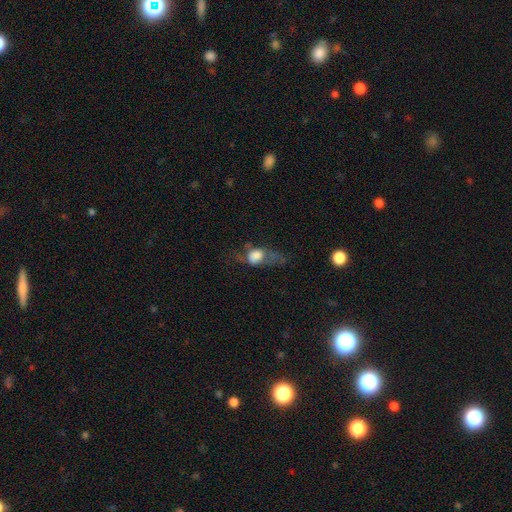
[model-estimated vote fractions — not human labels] Q: Smooth or featured?
A: smooth (63%); runner-up: featured or disk (28%)
Q: How rounded?
A: in between (59%); runner-up: round (36%)
Q: Merging?
A: major disturbance (48%); runner-up: none (26%)